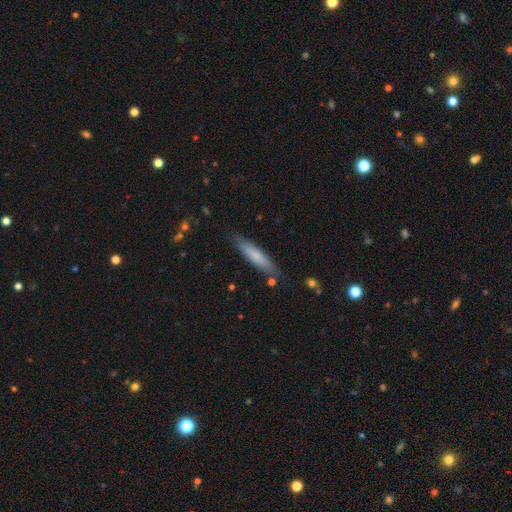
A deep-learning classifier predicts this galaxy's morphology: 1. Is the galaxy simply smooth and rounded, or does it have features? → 74% smooth, 20% featured or disk, 6% star or artifact.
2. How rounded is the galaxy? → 84% cigar-shaped, 15% in between, 1% round.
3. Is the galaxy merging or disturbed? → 83% none, 13% minor disturbance, 2% major disturbance, 2% merger.